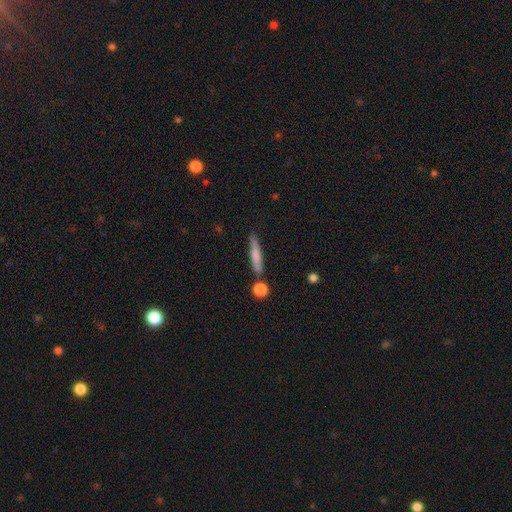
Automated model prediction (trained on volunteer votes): Morphology: type=smooth (69%); roundness=cigar-shaped (88%); merging=none (75%).